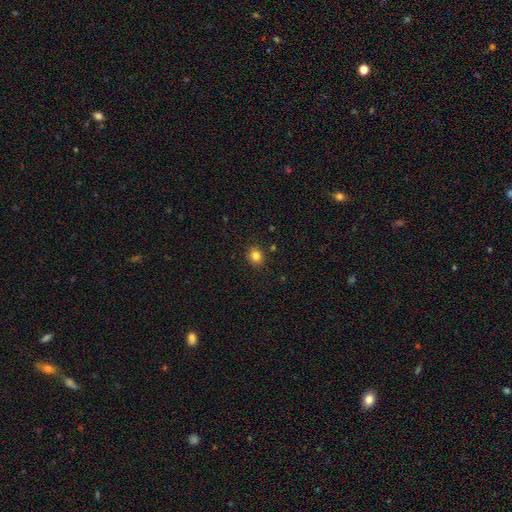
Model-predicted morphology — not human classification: Smooth or featured?
  - smooth: 82% *
  - star or artifact: 12%
  - featured or disk: 6%
How rounded?
  - round: 76% *
  - in between: 23%
  - cigar-shaped: 1%
Merging?
  - none: 89% *
  - minor disturbance: 8%
  - major disturbance: 2%
  - merger: 2%